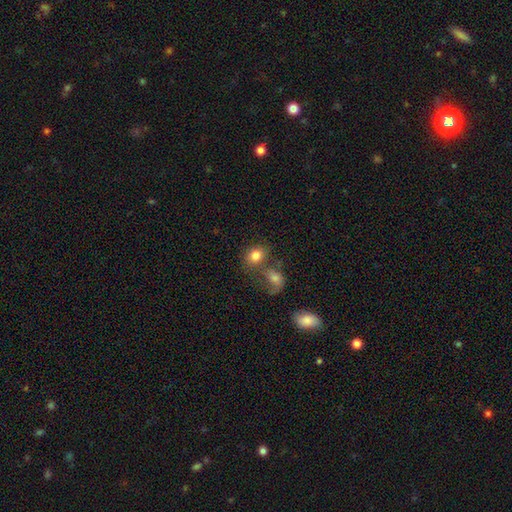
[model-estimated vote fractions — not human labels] Smooth or featured? Predicted: smooth (p=0.80). How rounded? Predicted: round (p=0.51). Merging? Predicted: none (p=0.46).